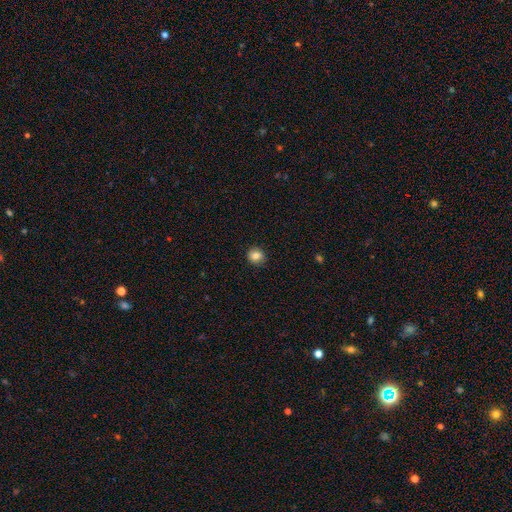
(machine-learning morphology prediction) A smooth galaxy with no disk features (84%) that is round (84%).

Vote fractions:
- Smooth or featured? smooth: 84% / star or artifact: 10% / featured or disk: 6%
- How rounded? round: 84% / in between: 15% / cigar-shaped: 1%
- Merging? none: 89% / minor disturbance: 8% / major disturbance: 2% / merger: 1%